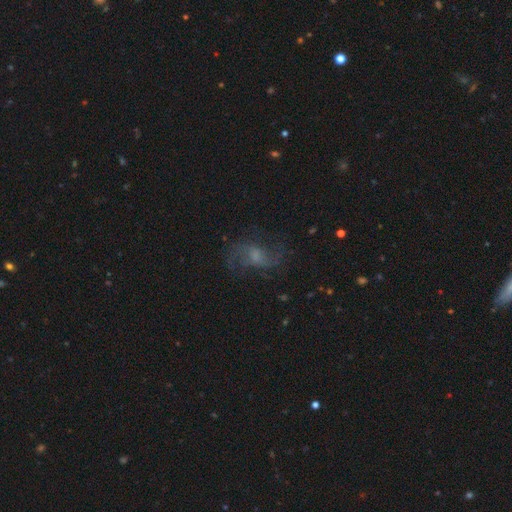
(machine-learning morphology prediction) A featured or disk galaxy (68%) with no bar (52%), 2 (75%) loose (58%) spiral arms (89%) and a moderate central bulge (33%).

Vote fractions:
- Smooth or featured? featured or disk: 68% / smooth: 18% / star or artifact: 13%
- Edge-on disk? no: 97% / yes: 3%
- Bar? no: 52% / weak: 41% / strong: 7%
- Spiral arms? yes: 89% / no: 11%
- Spiral winding? loose: 58% / medium: 34% / tight: 8%
- Spiral arm count? 2: 75% / can't tell: 11% / 3: 5% / 1: 4% / 4: 2% / more than 4: 2%
- Bulge size? moderate: 33% / small: 31% / none: 25% / large: 10% / dominant: 2%
- Merging? none: 64% / major disturbance: 17% / minor disturbance: 17% / merger: 2%